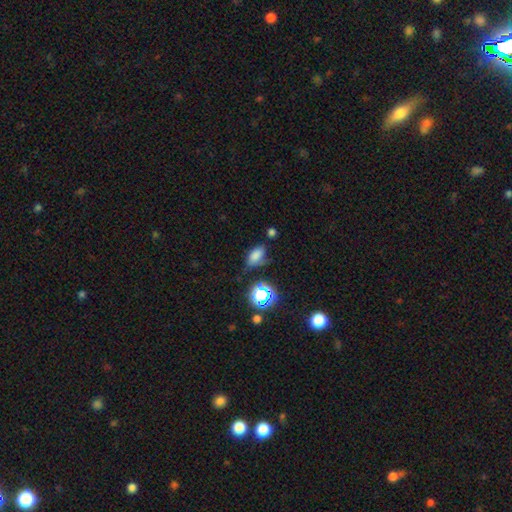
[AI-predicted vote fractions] Smooth or featured? smooth (71%)
How rounded? in between (85%)
Merging? none (61%)